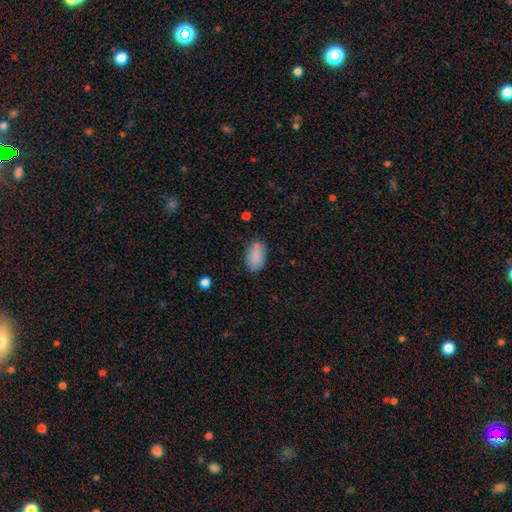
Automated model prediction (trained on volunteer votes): smooth 85%, star or artifact 8%, featured or disk 7%. Down the decision tree: how rounded — in between (92%); merging — none (71%).